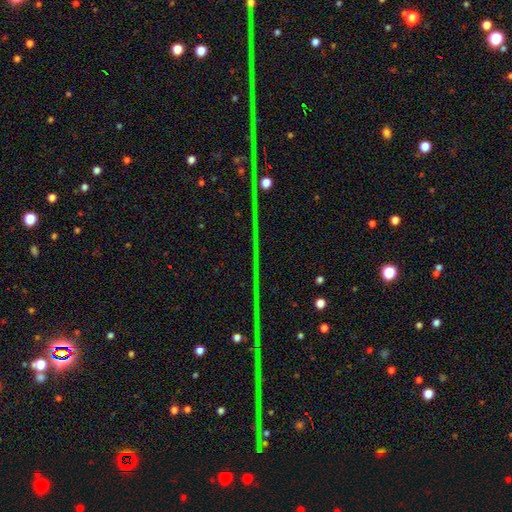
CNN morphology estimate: Smooth or featured? Predicted: star or artifact (p=0.85).